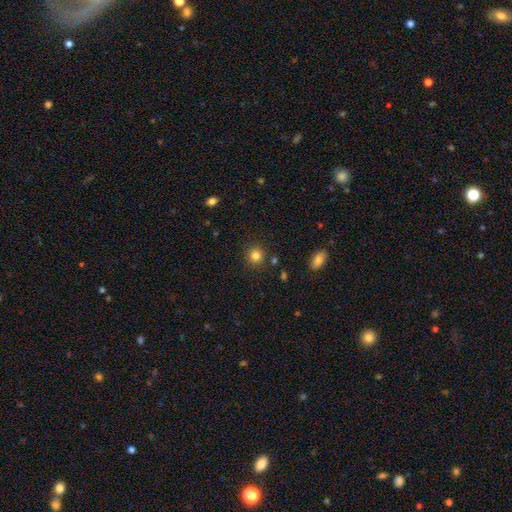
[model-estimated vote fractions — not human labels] Q: Smooth or featured?
A: smooth (83%); runner-up: star or artifact (12%)
Q: How rounded?
A: round (91%); runner-up: in between (9%)
Q: Merging?
A: none (87%); runner-up: minor disturbance (7%)